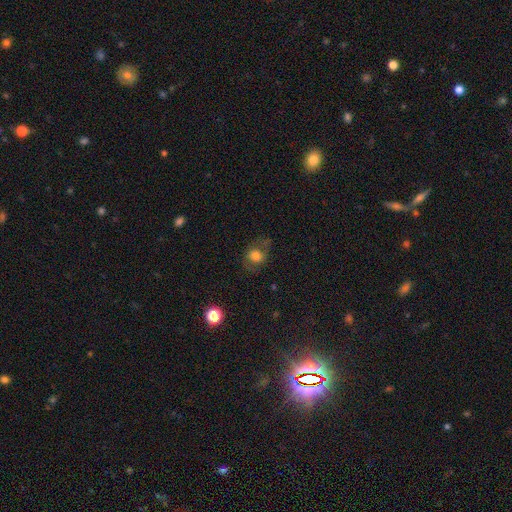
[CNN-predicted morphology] A smooth galaxy with no disk features (64%) that is round (64%).

Vote fractions:
- Smooth or featured? smooth: 64% / featured or disk: 24% / star or artifact: 12%
- How rounded? round: 64% / in between: 35% / cigar-shaped: 1%
- Merging? none: 64% / minor disturbance: 20% / major disturbance: 14% / merger: 2%